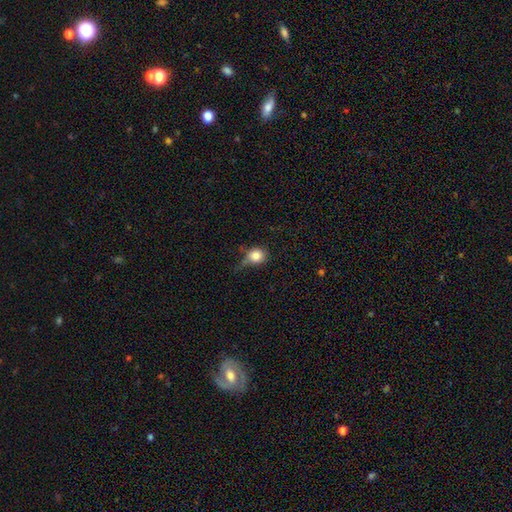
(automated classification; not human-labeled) smooth_or_featured: smooth (p=0.82) [alt: star or artifact p=0.10]
how_rounded: round (p=0.82) [alt: in between p=0.17]
merging: none (p=0.46) [alt: minor disturbance p=0.33]